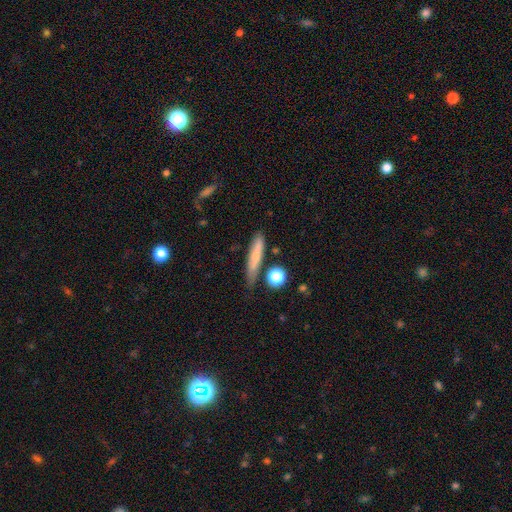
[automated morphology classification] Overall: smooth (63%; featured or disk 29%). How rounded: cigar-shaped (86%). Merging: none (73%).